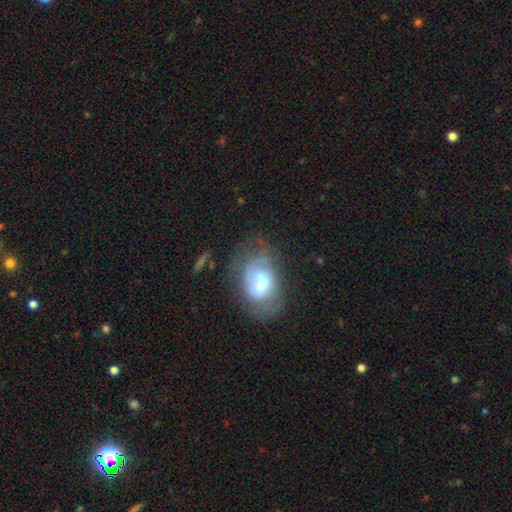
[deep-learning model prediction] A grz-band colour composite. It shows a featured or disk galaxy (49%). Merging: none (58%).